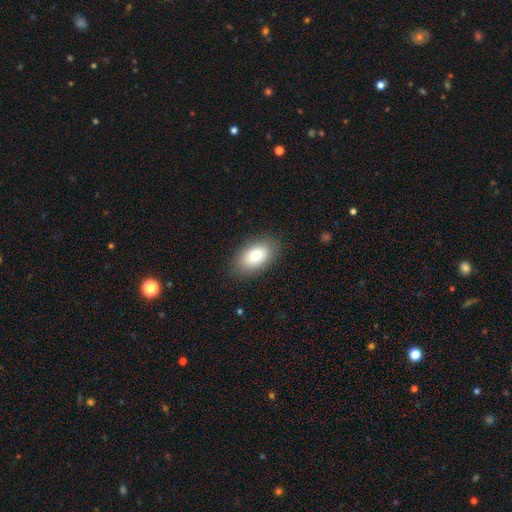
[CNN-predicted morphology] smooth-or-featured: smooth: 83% | featured or disk: 10% | star or artifact: 7%
  how-rounded: in between: 93% | round: 5% | cigar-shaped: 2%
  merging: none: 85% | minor disturbance: 11% | major disturbance: 3% | merger: 1%